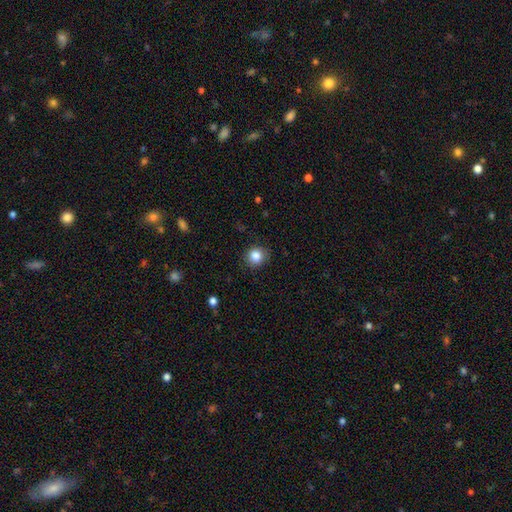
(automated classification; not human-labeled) Smooth or featured?
  - smooth: 85% *
  - star or artifact: 10%
  - featured or disk: 5%
How rounded?
  - round: 85% *
  - in between: 14%
  - cigar-shaped: 1%
Merging?
  - none: 87% *
  - minor disturbance: 10%
  - major disturbance: 3%
  - merger: 1%